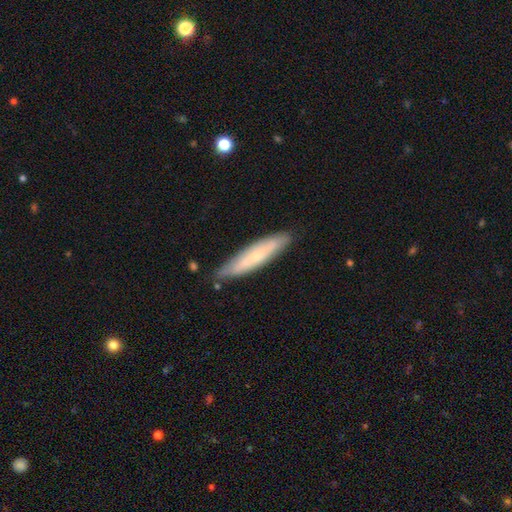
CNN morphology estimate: smooth-or-featured: smooth: 48% | featured or disk: 46% | star or artifact: 6%
  merging: none: 80% | minor disturbance: 16% | major disturbance: 3% | merger: 2%